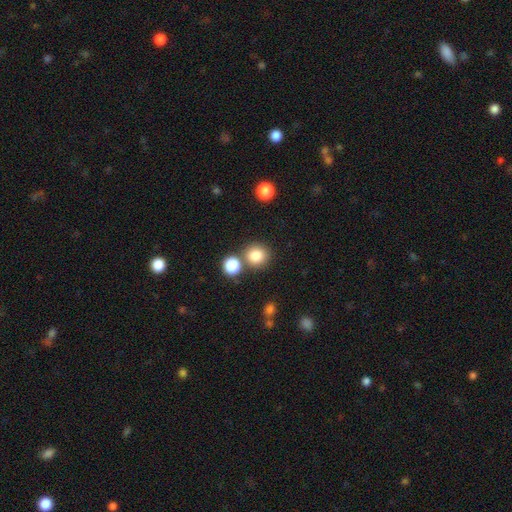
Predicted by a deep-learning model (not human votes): The model was most divided on "merging": none: 74%, merger: 15%, minor disturbance: 8%, major disturbance: 3%. More confident: how rounded — round (90%); smooth or featured — smooth (83%).